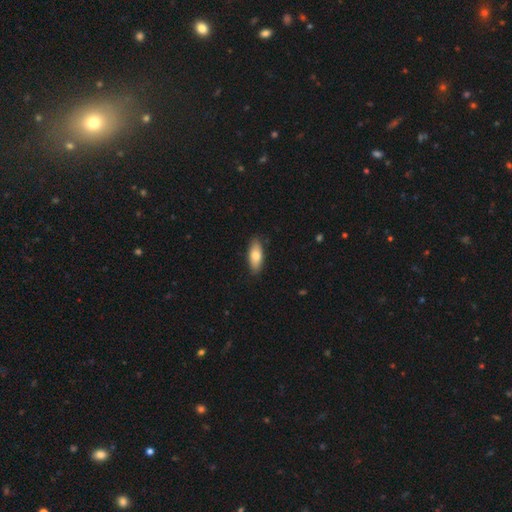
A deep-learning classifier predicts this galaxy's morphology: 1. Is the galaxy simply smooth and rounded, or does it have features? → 77% smooth, 18% featured or disk, 6% star or artifact.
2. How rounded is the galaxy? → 76% in between, 22% cigar-shaped, 2% round.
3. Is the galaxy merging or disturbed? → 86% none, 11% minor disturbance, 2% major disturbance, 1% merger.